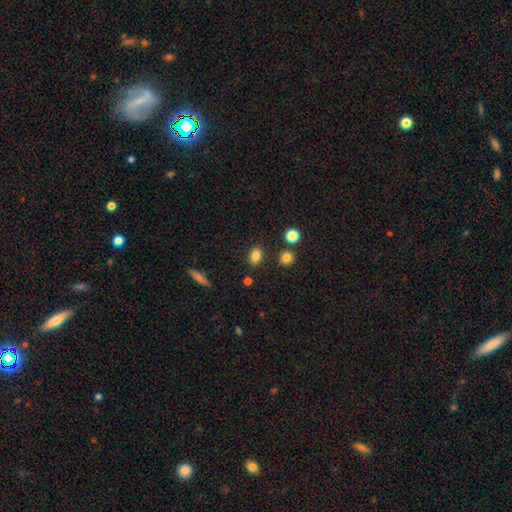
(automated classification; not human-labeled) Morphology: type=smooth (84%); roundness=in between (75%); merging=none (84%).